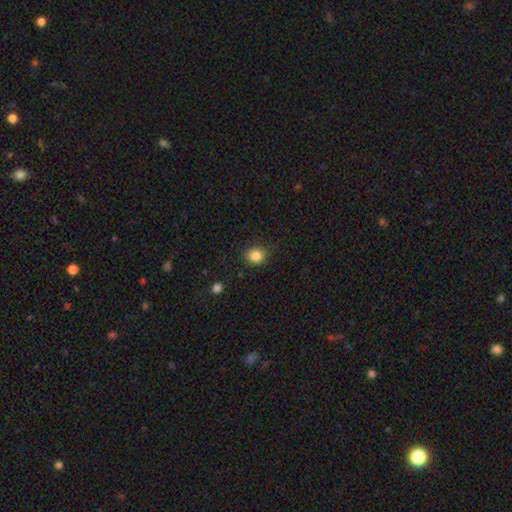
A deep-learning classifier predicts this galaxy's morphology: Smooth or featured? Predicted: smooth (p=0.84). How rounded? Predicted: round (p=0.80). Merging? Predicted: none (p=0.85).